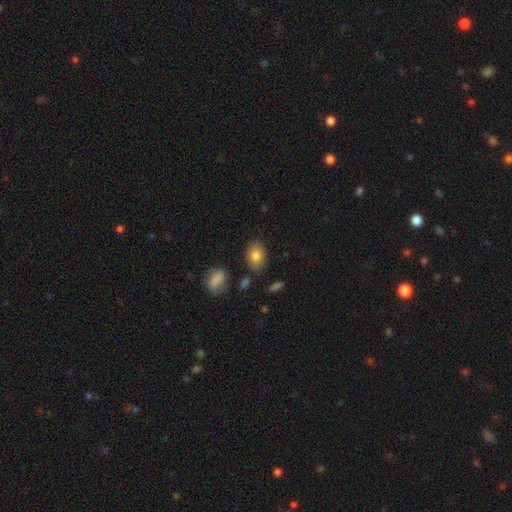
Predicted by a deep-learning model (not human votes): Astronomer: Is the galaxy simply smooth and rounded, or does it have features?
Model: smooth — 81%.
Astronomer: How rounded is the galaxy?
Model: in between — 77%.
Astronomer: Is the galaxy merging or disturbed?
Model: none — 80%.